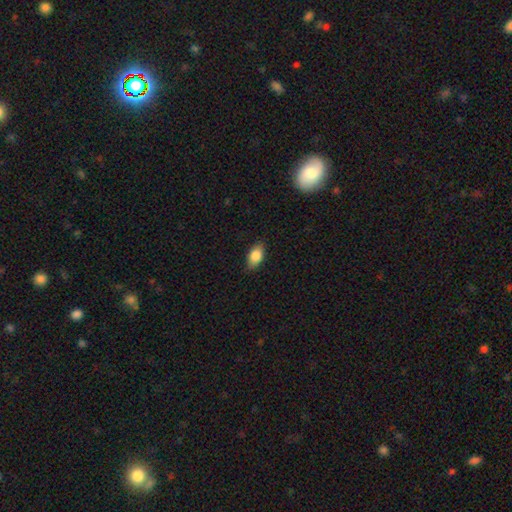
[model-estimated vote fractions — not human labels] smooth_or_featured: smooth (p=0.83) [alt: featured or disk p=0.10]
how_rounded: in between (p=0.88) [alt: round p=0.07]
merging: none (p=0.81) [alt: minor disturbance p=0.15]